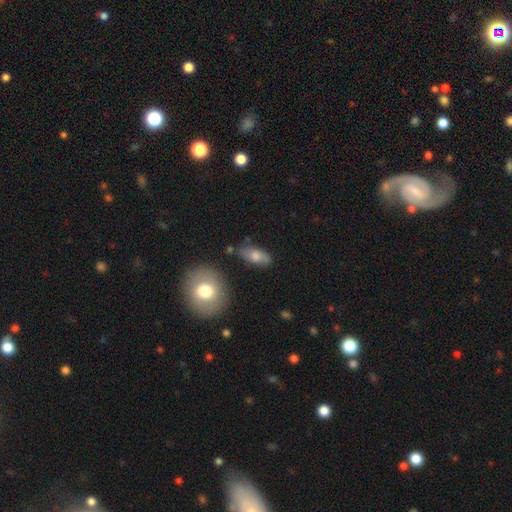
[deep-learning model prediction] Morphology: type=smooth (67%); roundness=in between (82%); merging=none (77%).